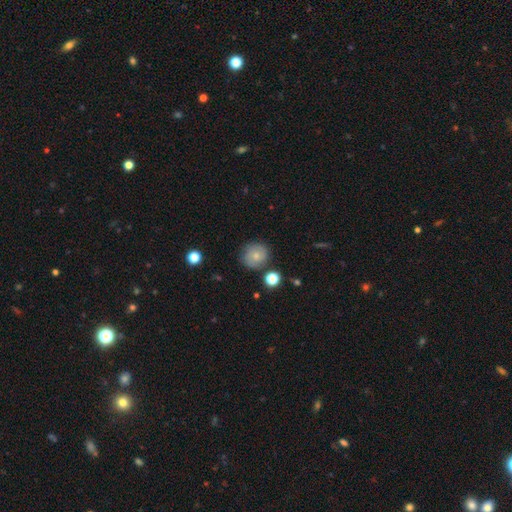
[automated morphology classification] Smooth or featured: smooth — 68% (featured or disk — 23%)
How rounded: round — 88% (in between — 12%)
Merging: none — 79% (minor disturbance — 14%)